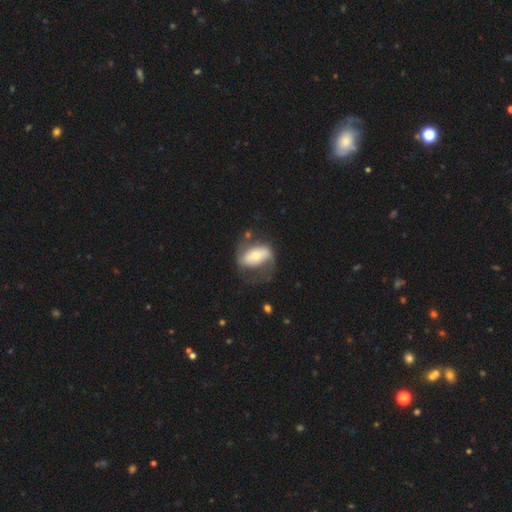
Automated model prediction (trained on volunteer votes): featured or disk 52%, smooth 42%, star or artifact 6%. Down the decision tree: edge-on disk — no (92%); merging — none (41%).